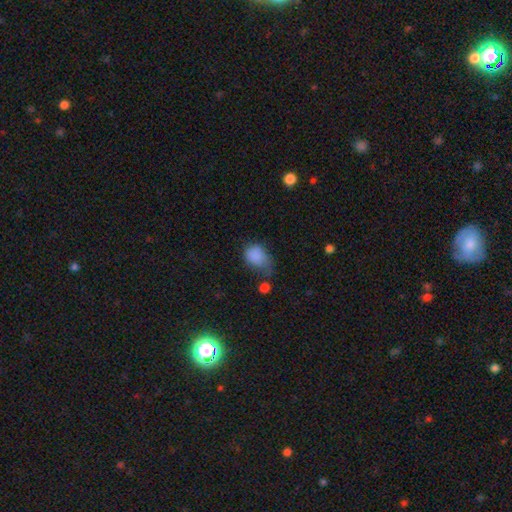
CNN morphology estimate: smooth-or-featured: smooth: 82% | star or artifact: 10% | featured or disk: 8%
  how-rounded: in between: 66% | round: 33% | cigar-shaped: 1%
  merging: minor disturbance: 36% | none: 30% | major disturbance: 27% | merger: 6%